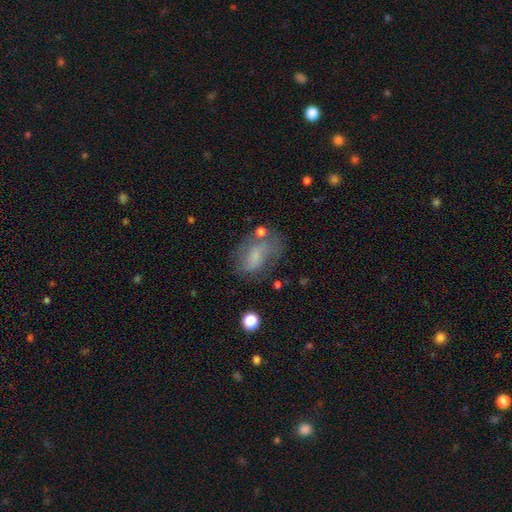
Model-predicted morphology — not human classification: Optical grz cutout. It shows a smooth galaxy with no disk features (47%). Merging: none (51%).